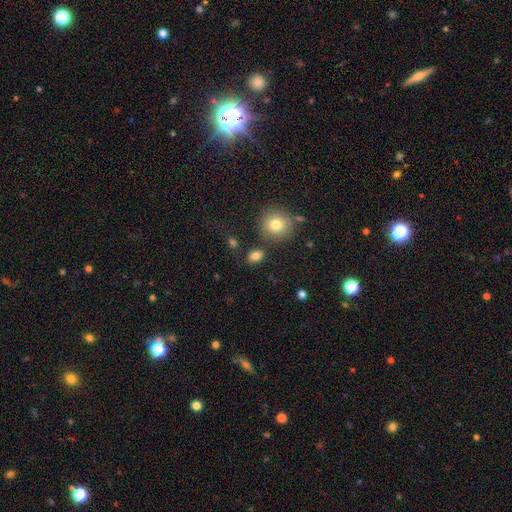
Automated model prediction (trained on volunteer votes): smooth-or-featured: smooth: 82% | star or artifact: 11% | featured or disk: 6%
  how-rounded: in between: 64% | round: 34% | cigar-shaped: 2%
  merging: none: 80% | minor disturbance: 11% | merger: 6% | major disturbance: 4%